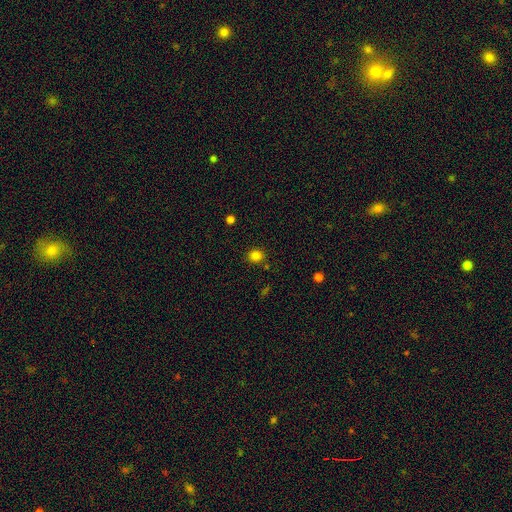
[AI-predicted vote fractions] Smooth or featured?
  - smooth: 82% *
  - star or artifact: 13%
  - featured or disk: 5%
How rounded?
  - round: 76% *
  - in between: 23%
  - cigar-shaped: 1%
Merging?
  - none: 85% *
  - minor disturbance: 9%
  - merger: 4%
  - major disturbance: 2%